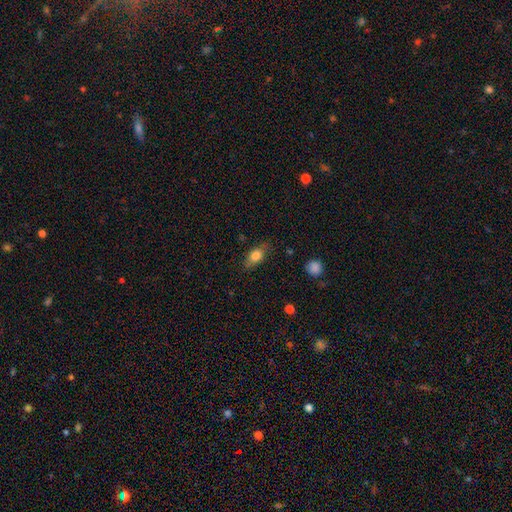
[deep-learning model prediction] Smooth or featured?
  - smooth: 77% *
  - featured or disk: 15%
  - star or artifact: 8%
How rounded?
  - in between: 77% *
  - round: 13%
  - cigar-shaped: 10%
Merging?
  - none: 75% *
  - minor disturbance: 19%
  - major disturbance: 5%
  - merger: 1%